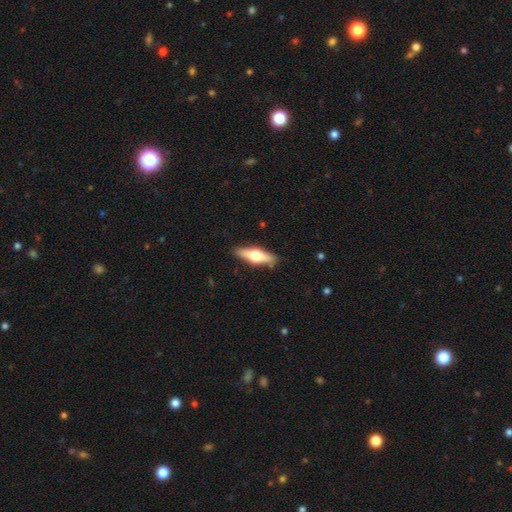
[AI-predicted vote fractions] This is possibly a featured or disk galaxy (50%). It is clearly viewed edge-on (92%). Merging: clearly none (87%).